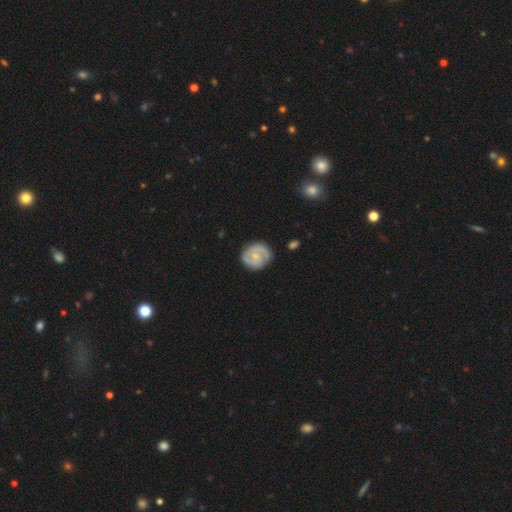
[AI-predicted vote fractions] Overall: featured or disk (75%). Edge-on disk: no (98%). Bar: no (63%; weak 32%). Spiral arms: yes (92%). Spiral arm count: 2 (70%). Spiral winding: tight (56%; medium 34%). Bulge size: small (58%; moderate 34%). Merging: none (77%).